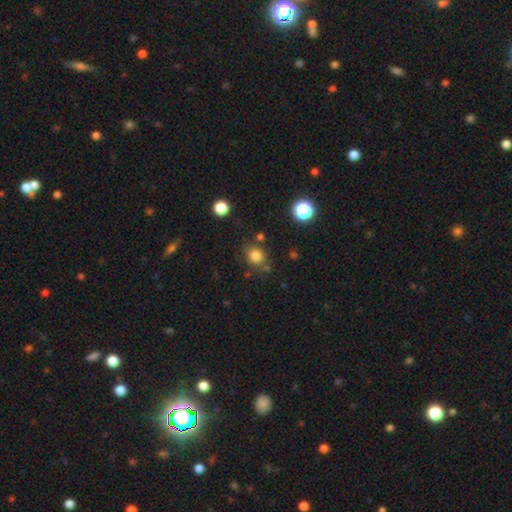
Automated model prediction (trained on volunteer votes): Smooth or featured?
  - smooth: 81% *
  - star or artifact: 14%
  - featured or disk: 6%
How rounded?
  - round: 79% *
  - in between: 21%
  - cigar-shaped: 1%
Merging?
  - none: 77% *
  - minor disturbance: 13%
  - merger: 6%
  - major disturbance: 4%